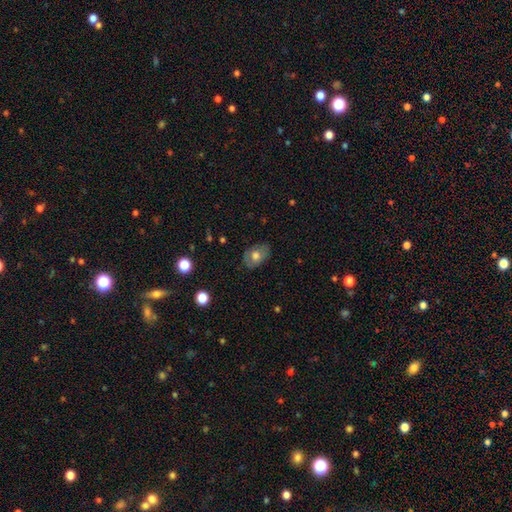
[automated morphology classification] The model was most divided on "smooth or featured": smooth: 69%, featured or disk: 22%, star or artifact: 8%. More confident: how rounded — in between (80%); merging — none (79%).